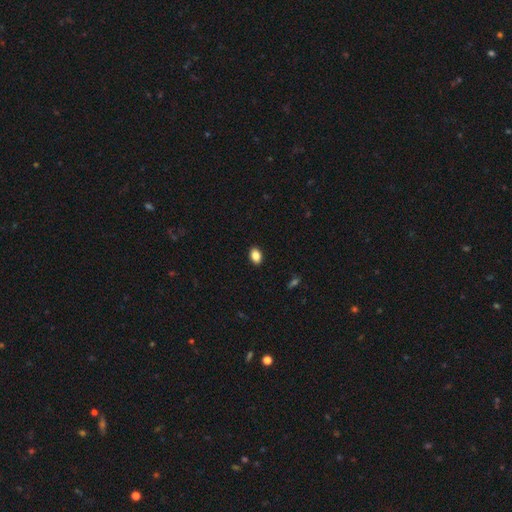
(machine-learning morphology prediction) Smooth or featured? smooth (86%)
How rounded? in between (83%)
Merging? none (90%)